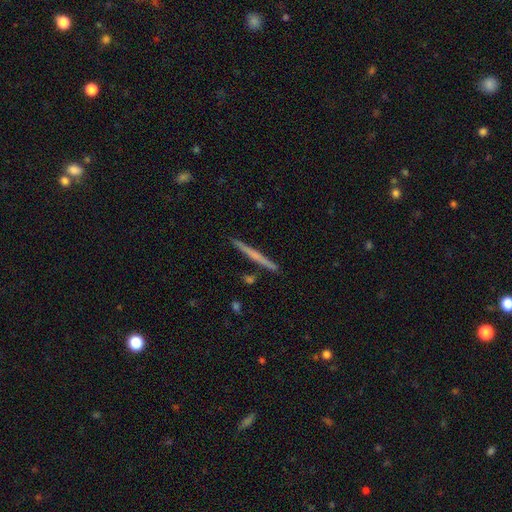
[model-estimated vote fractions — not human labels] Smooth or featured?
  - featured or disk: 53% *
  - smooth: 42%
  - star or artifact: 5%
Edge-on disk?
  - yes: 98% *
  - no: 2%
Edge-on bulge?
  - none: 72% *
  - rounded: 22%
  - boxy: 6%
Merging?
  - none: 91% *
  - minor disturbance: 6%
  - merger: 2%
  - major disturbance: 1%